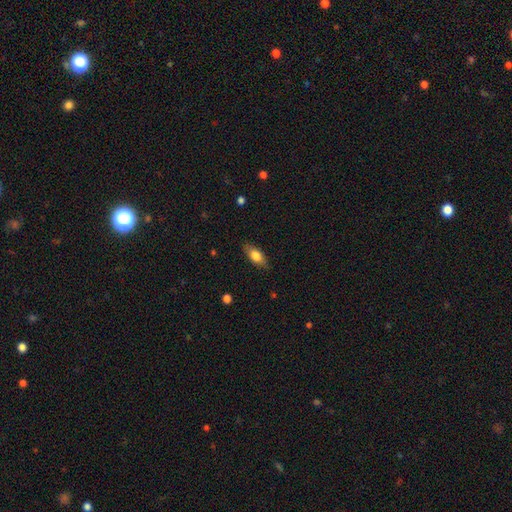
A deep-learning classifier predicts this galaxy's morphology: Smooth or featured?
  - smooth: 74% *
  - featured or disk: 20%
  - star or artifact: 7%
How rounded?
  - in between: 82% *
  - cigar-shaped: 13%
  - round: 4%
Merging?
  - none: 82% *
  - minor disturbance: 13%
  - major disturbance: 3%
  - merger: 1%